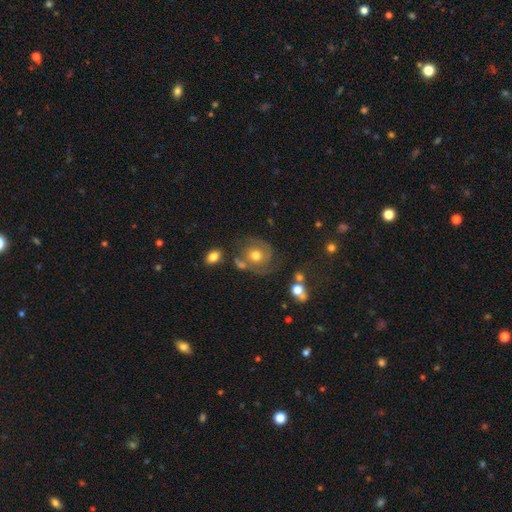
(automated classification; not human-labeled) Smooth or featured?
  - featured or disk: 58% *
  - smooth: 33%
  - star or artifact: 10%
Edge-on disk?
  - no: 97% *
  - yes: 3%
Bar?
  - no: 82% *
  - weak: 15%
  - strong: 3%
Spiral arms?
  - yes: 80% *
  - no: 20%
Bulge size?
  - moderate: 71% *
  - large: 13%
  - small: 12%
  - none: 2%
  - dominant: 2%
Merging?
  - none: 60% *
  - minor disturbance: 19%
  - major disturbance: 11%
  - merger: 9%